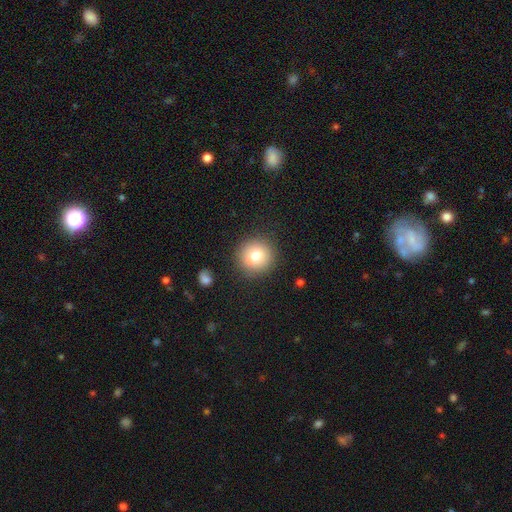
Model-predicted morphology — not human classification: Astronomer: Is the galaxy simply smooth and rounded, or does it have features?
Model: smooth — 76%.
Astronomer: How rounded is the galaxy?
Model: round — 94%.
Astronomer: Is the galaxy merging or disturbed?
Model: none — 88%.